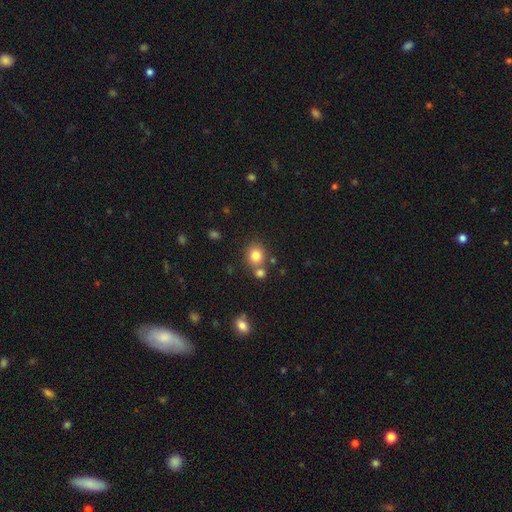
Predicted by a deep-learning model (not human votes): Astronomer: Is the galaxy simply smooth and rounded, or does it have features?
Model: smooth — 80%.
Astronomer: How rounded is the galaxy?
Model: round — 81%.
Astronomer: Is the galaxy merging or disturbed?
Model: none — 67%.